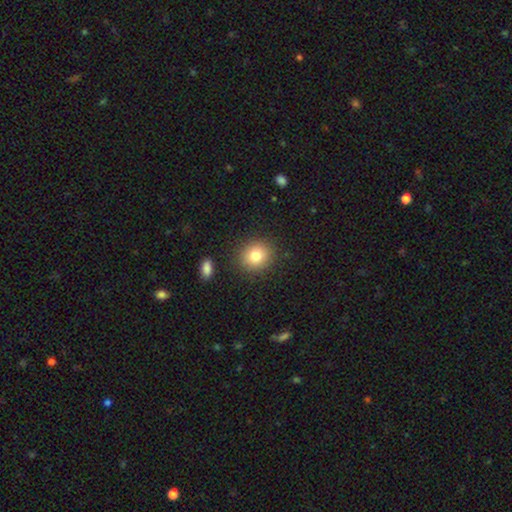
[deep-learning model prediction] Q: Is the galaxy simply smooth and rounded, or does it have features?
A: smooth — 81%.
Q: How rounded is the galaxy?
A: round — 81%.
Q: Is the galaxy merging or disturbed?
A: none — 88%.